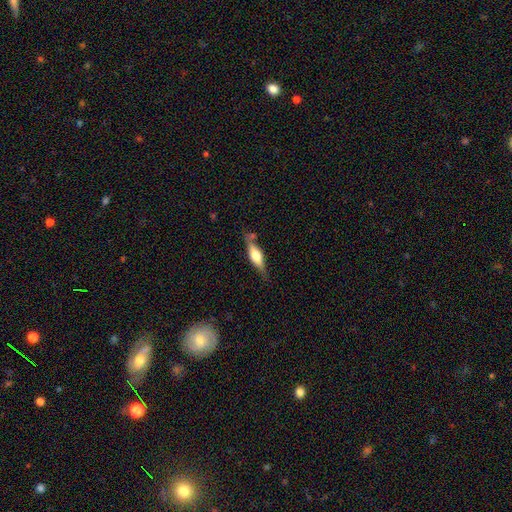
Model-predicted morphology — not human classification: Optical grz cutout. It shows a featured or disk galaxy (59%) viewed edge-on (93%) with a rounded central bulge (86%). Merging: none (71%).